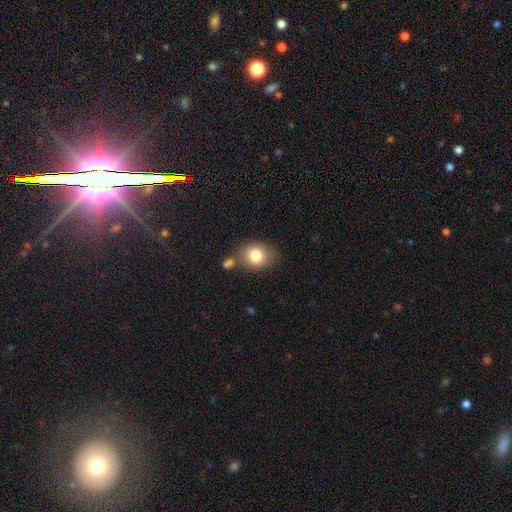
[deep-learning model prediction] A smooth galaxy with no disk features (81%) that is round (54%). Merging: none (68%).